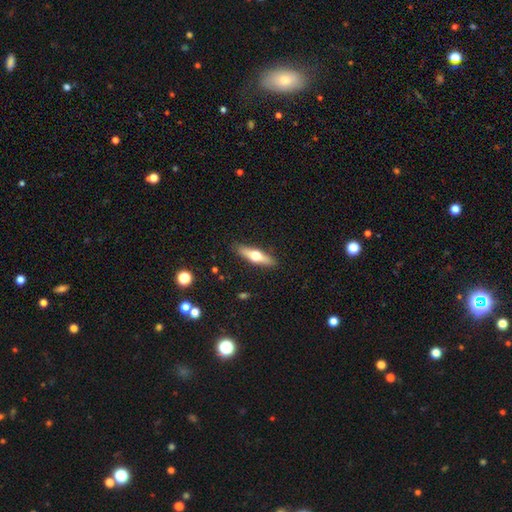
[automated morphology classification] Smooth or featured?
  - featured or disk: 49% *
  - smooth: 45%
  - star or artifact: 6%
Merging?
  - none: 89% *
  - minor disturbance: 8%
  - major disturbance: 2%
  - merger: 1%